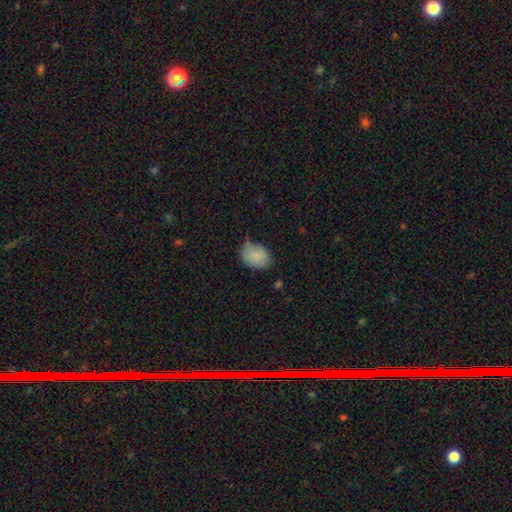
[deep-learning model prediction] Smooth or featured: smooth — 85% (star or artifact — 8%)
How rounded: in between — 65% (round — 34%)
Merging: none — 61% (minor disturbance — 30%)